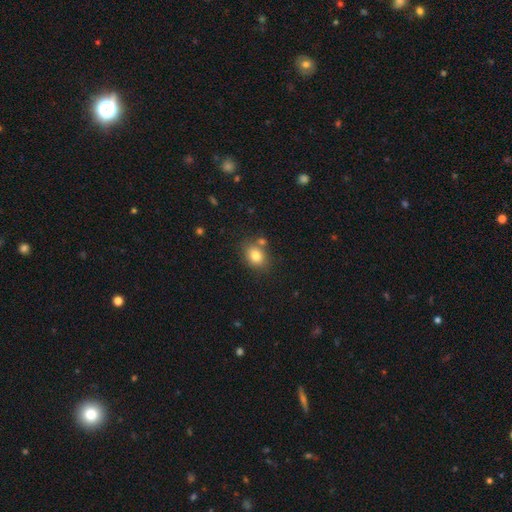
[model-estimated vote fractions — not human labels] Smooth or featured?
  - smooth: 82% *
  - star or artifact: 10%
  - featured or disk: 8%
How rounded?
  - in between: 56% *
  - round: 43%
  - cigar-shaped: 1%
Merging?
  - none: 71% *
  - minor disturbance: 13%
  - merger: 13%
  - major disturbance: 4%